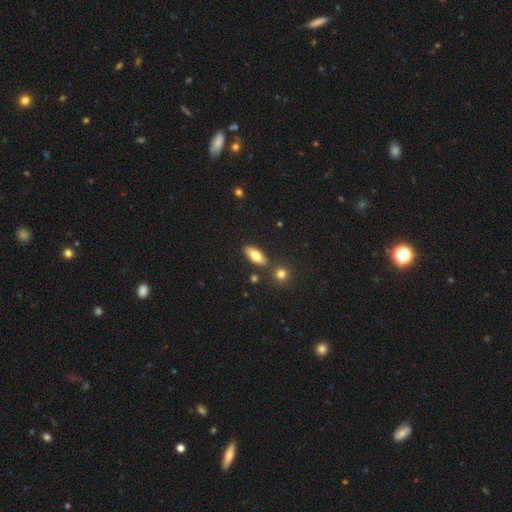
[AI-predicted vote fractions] Morphology: type=smooth (74%); roundness=in between (75%); merging=none (81%).